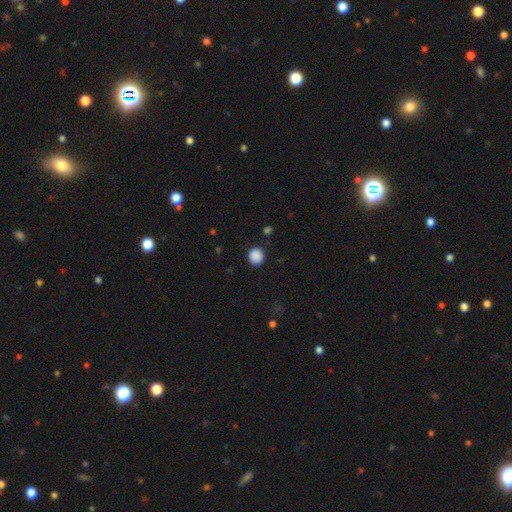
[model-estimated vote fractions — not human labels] Overall: smooth (88%). How rounded: round (84%). Merging: none (89%).